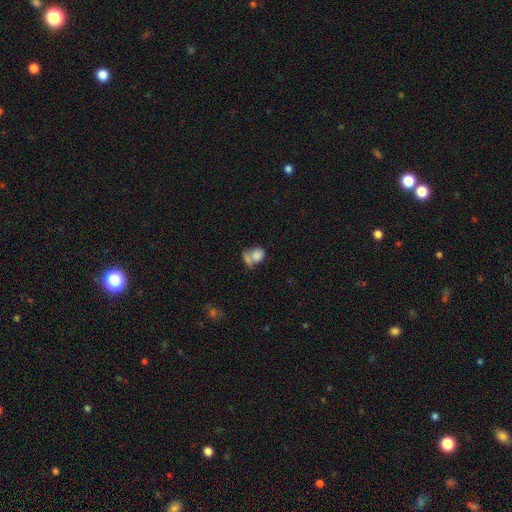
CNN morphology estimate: Q: Smooth or featured?
A: smooth (79%); runner-up: featured or disk (12%)
Q: How rounded?
A: round (56%); runner-up: in between (42%)
Q: Merging?
A: merger (49%); runner-up: none (31%)